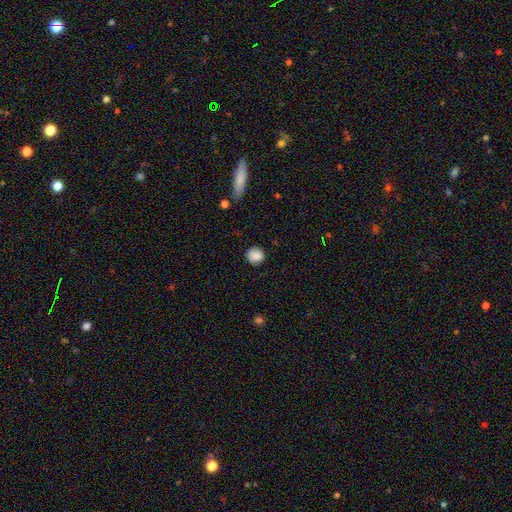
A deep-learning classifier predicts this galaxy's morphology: A smooth galaxy with no disk features (88%) that is round (89%).

Vote fractions:
- Smooth or featured? smooth: 88% / star or artifact: 9% / featured or disk: 4%
- How rounded? round: 89% / in between: 10% / cigar-shaped: 1%
- Merging? none: 85% / minor disturbance: 11% / major disturbance: 3% / merger: 1%